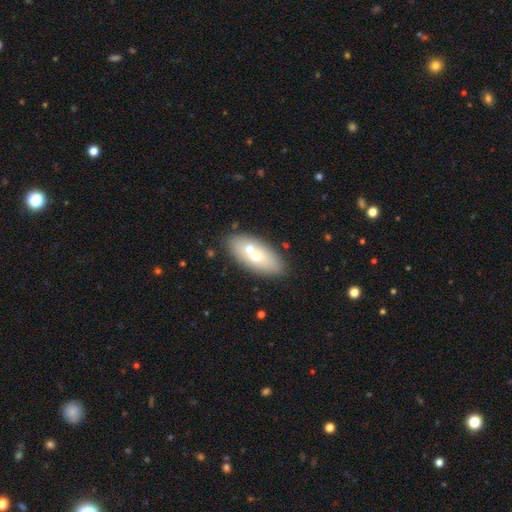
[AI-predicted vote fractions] Overall: smooth (61%; featured or disk 31%). How rounded: in between (85%). Merging: none (60%; merger 27%).